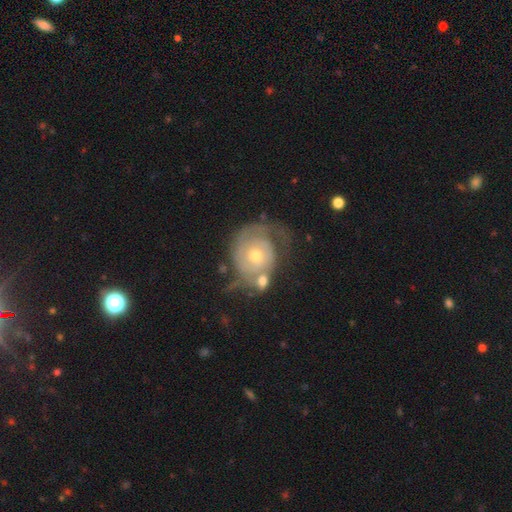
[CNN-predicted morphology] Overall: featured or disk (79%). Edge-on disk: no (97%). Bar: no (80%). Spiral arms: yes (88%). Spiral arm count: 2 (57%; can't tell 21%). Spiral winding: tight (54%; medium 30%). Bulge size: moderate (52%; small 43%). Merging: none (42%; major disturbance 22%).